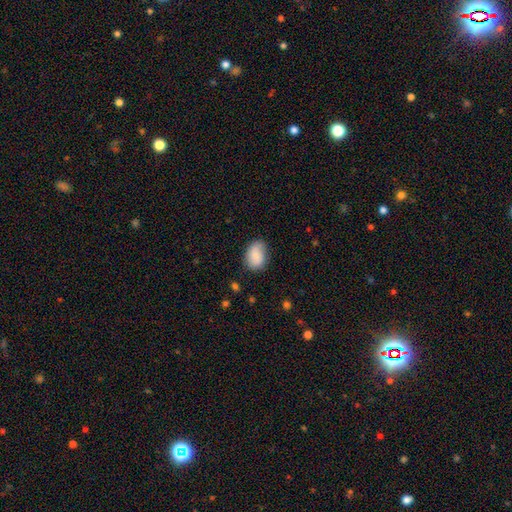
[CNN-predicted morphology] This is clearly a smooth galaxy (84%). How rounded: clearly in between (80%). Merging: likely none (71%).